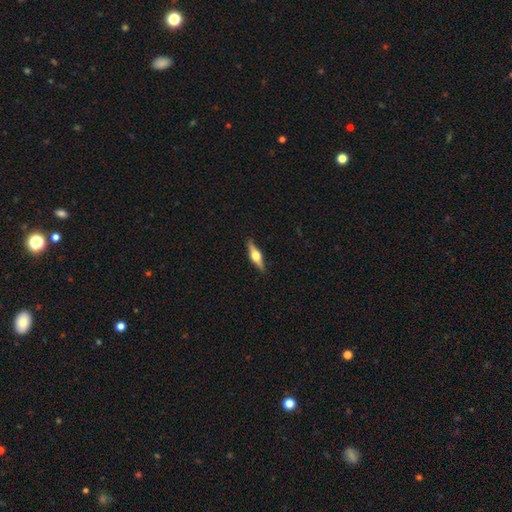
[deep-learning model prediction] Q: Smooth or featured?
A: featured or disk (66%); runner-up: smooth (28%)
Q: Edge-on disk?
A: yes (96%); runner-up: no (4%)
Q: Edge-on bulge?
A: rounded (95%); runner-up: boxy (4%)
Q: Merging?
A: none (88%); runner-up: minor disturbance (9%)